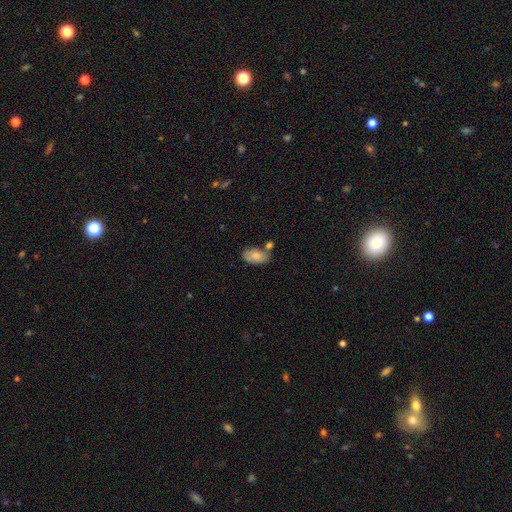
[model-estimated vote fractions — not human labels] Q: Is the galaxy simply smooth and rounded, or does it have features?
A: smooth — 80%.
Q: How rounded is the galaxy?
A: in between — 93%.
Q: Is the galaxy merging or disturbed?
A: none — 58%.